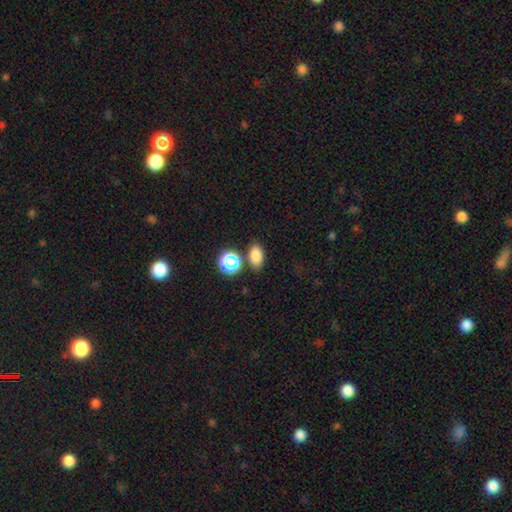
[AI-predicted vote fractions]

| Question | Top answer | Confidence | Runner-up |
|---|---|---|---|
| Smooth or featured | smooth | 82% | star or artifact (12%) |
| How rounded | in between | 81% | round (17%) |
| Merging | none | 74% | minor disturbance (12%) |